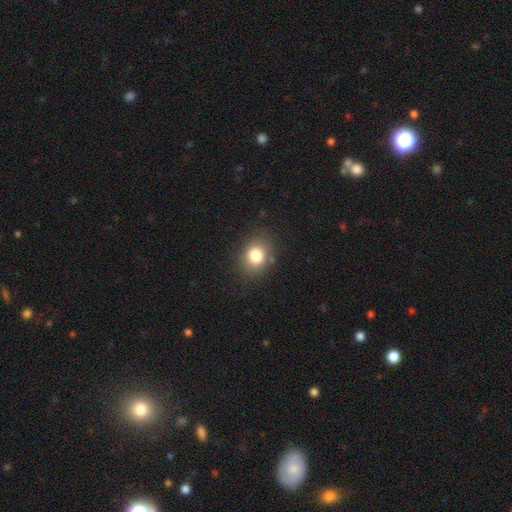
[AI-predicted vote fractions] This is clearly a smooth galaxy (81%). How rounded: possibly round (56%). Merging: clearly none (81%).